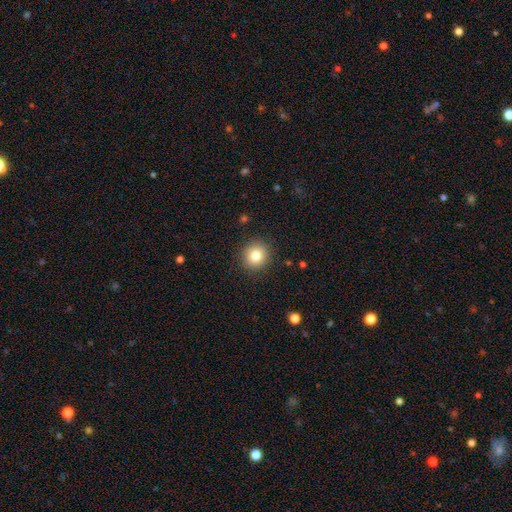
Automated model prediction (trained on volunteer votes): This appears to be a smooth galaxy with no disk features (81%) that is round (89%). Merging: none (90%).